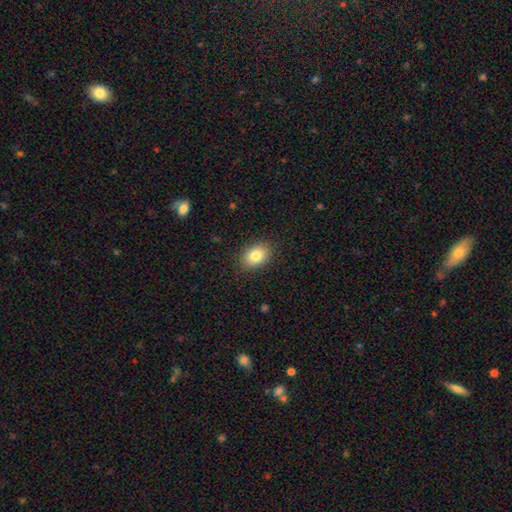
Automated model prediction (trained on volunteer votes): A smooth galaxy with no disk features (83%) that is in between round and cigar-shaped (77%). Merging: none (87%).